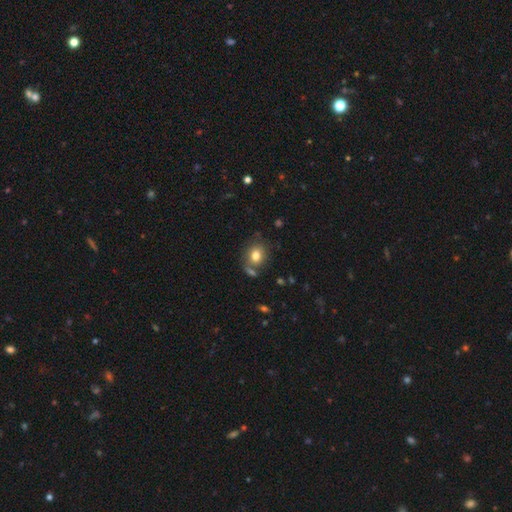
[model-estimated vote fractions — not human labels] smooth_or_featured: smooth (p=0.79) [alt: featured or disk p=0.11]
how_rounded: round (p=0.51) [alt: in between p=0.48]
merging: none (p=0.66) [alt: minor disturbance p=0.15]